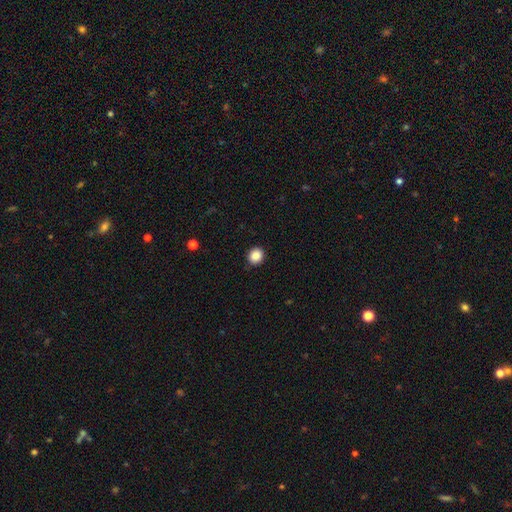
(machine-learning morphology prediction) smooth-or-featured: smooth: 87% | star or artifact: 10% | featured or disk: 3%
  how-rounded: round: 85% | in between: 14% | cigar-shaped: 1%
  merging: none: 90% | minor disturbance: 7% | major disturbance: 2% | merger: 1%